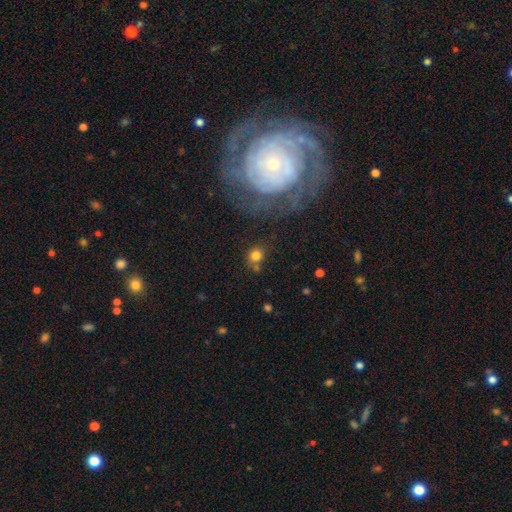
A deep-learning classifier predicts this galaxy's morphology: smooth 77%, star or artifact 13%, featured or disk 10%. Down the decision tree: how rounded — round (80%); merging — none (66%).